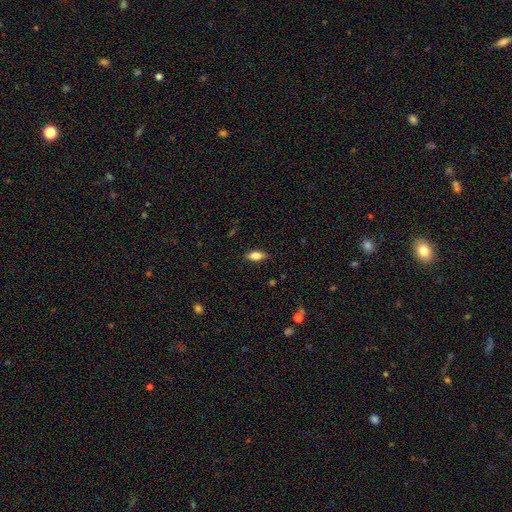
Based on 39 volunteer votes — Smooth or featured? smooth (59%)
How rounded? in between (87%)
Merging? none (89%)